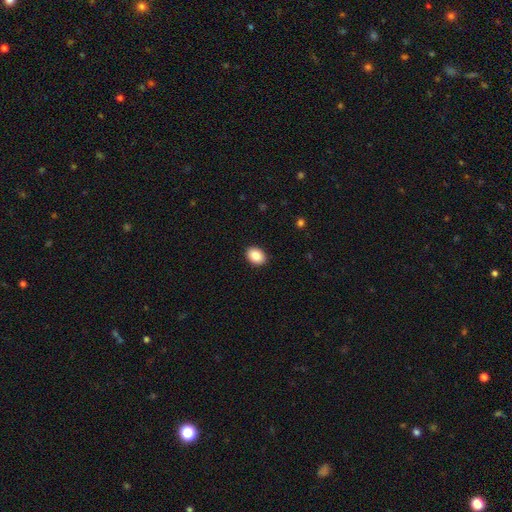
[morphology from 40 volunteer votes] This appears to be a smooth galaxy with no disk features (92%) that is in between round and cigar-shaped (76%). Merging: none (92%).